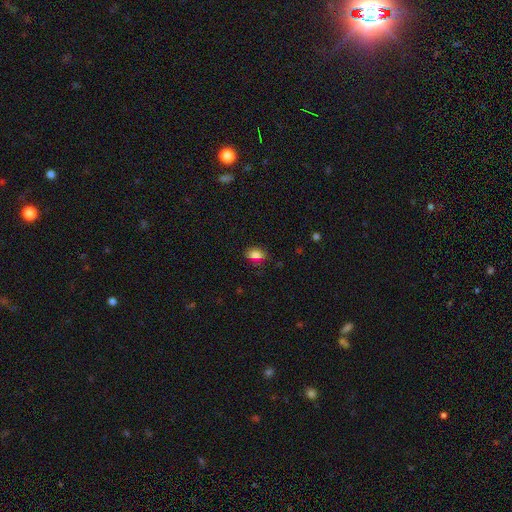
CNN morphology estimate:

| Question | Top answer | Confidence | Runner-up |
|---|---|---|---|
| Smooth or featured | smooth | 80% | star or artifact (14%) |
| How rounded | in between | 79% | round (17%) |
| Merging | none | 77% | minor disturbance (17%) |